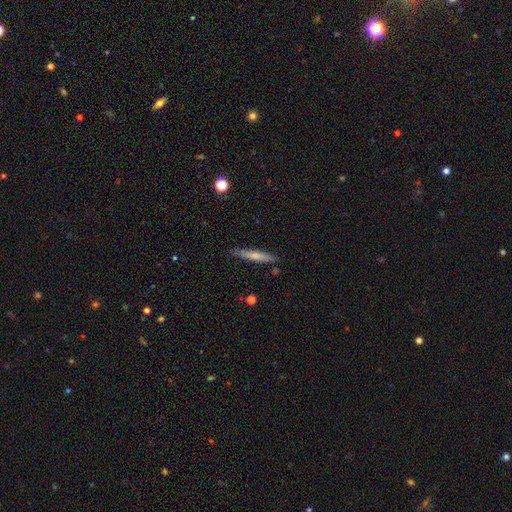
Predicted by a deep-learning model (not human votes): smooth 67%, featured or disk 27%, star or artifact 6%. Down the decision tree: how rounded — cigar-shaped (93%); merging — none (86%).